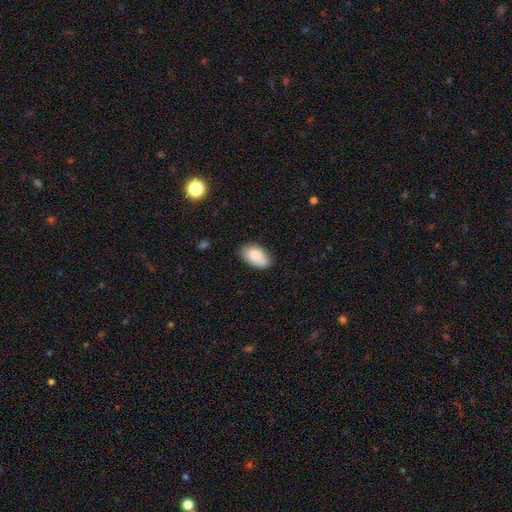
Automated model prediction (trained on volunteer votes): Overall: smooth (80%). How rounded: in between (92%). Merging: none (65%).